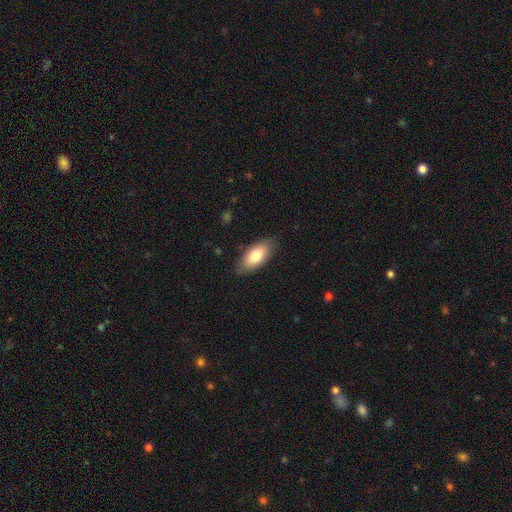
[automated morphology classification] smooth 77%, featured or disk 17%, star or artifact 6%. Down the decision tree: how rounded — in between (87%); merging — none (86%).